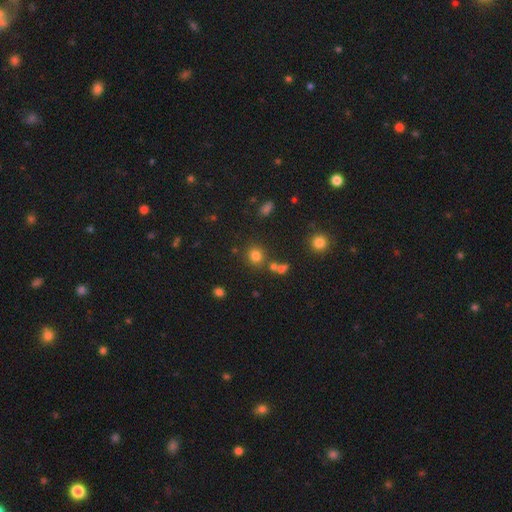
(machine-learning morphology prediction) smooth_or_featured: smooth (p=0.77) [alt: star or artifact p=0.17]
how_rounded: round (p=0.85) [alt: in between p=0.14]
merging: none (p=0.76) [alt: merger p=0.11]